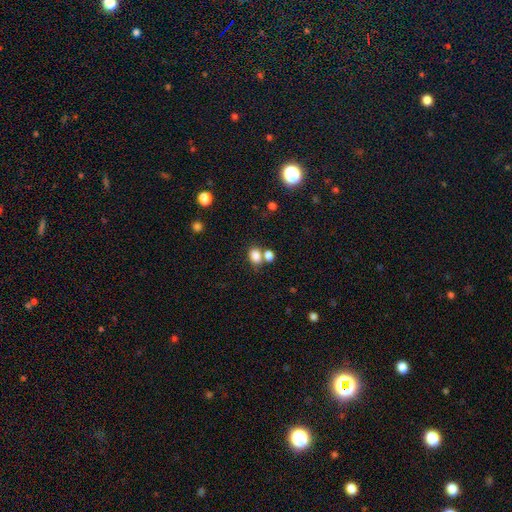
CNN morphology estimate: type=smooth (82%); roundness=in between (64%); merging=none (51%).